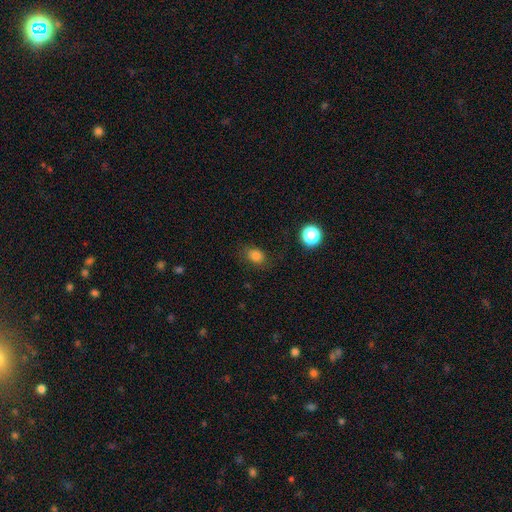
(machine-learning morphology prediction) Smooth or featured? smooth (81%)
How rounded? in between (64%)
Merging? none (78%)